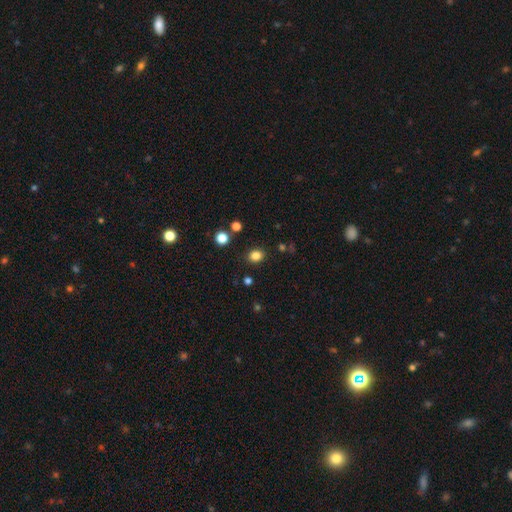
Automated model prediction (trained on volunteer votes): This is clearly a smooth galaxy (83%). How rounded: possibly round (58%). Merging: clearly none (88%).